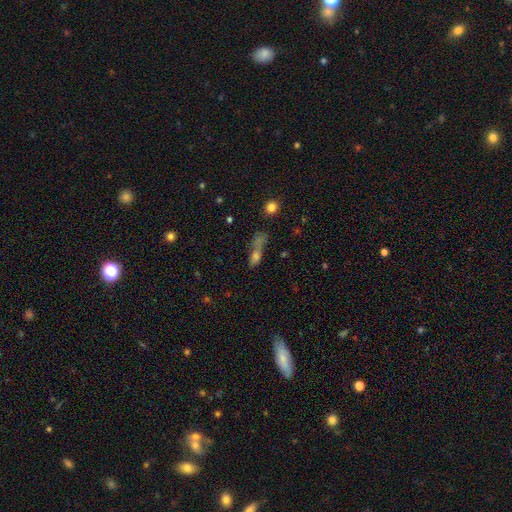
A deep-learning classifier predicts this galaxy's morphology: Smooth or featured? smooth (56%)
How rounded? cigar-shaped (44%)
Merging? none (39%)